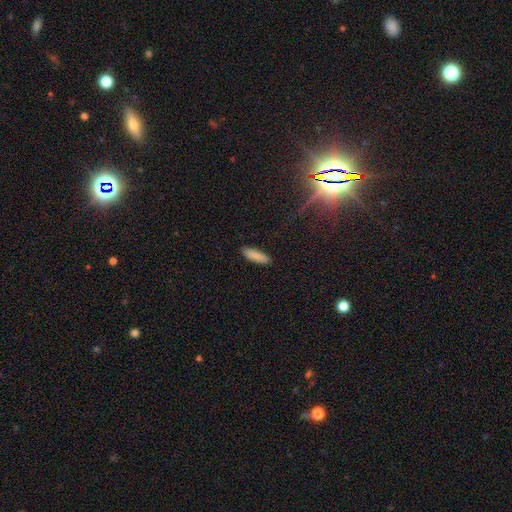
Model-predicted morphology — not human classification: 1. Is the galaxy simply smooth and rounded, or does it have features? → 87% smooth, 7% star or artifact, 6% featured or disk.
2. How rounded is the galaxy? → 64% cigar-shaped, 34% in between, 1% round.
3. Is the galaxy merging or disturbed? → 88% none, 9% minor disturbance, 2% major disturbance, 1% merger.